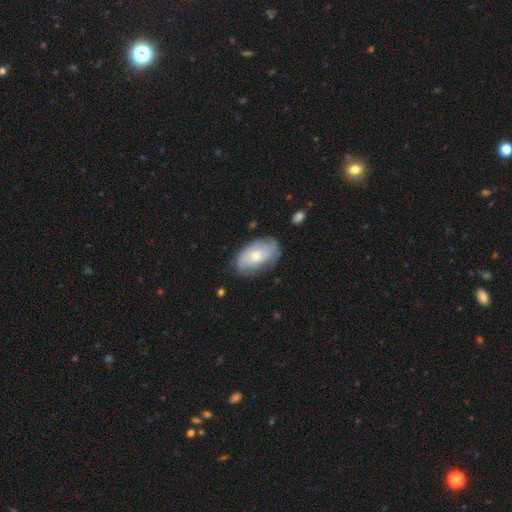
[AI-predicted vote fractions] A smooth galaxy with no disk features (48%). Merging: none (71%).